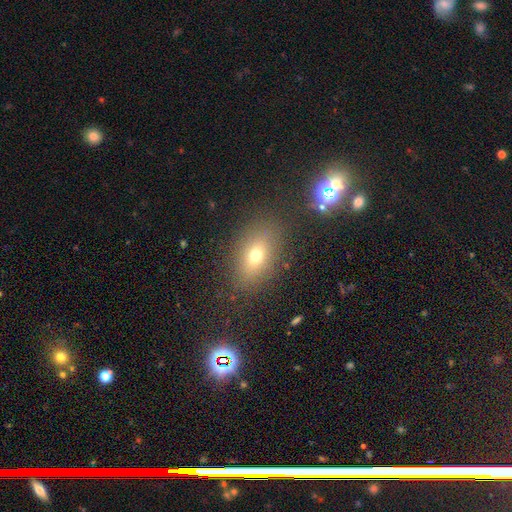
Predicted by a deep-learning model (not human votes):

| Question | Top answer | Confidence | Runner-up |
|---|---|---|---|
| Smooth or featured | smooth | 67% | featured or disk (17%) |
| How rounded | in between | 78% | round (19%) |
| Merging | none | 82% | minor disturbance (10%) |